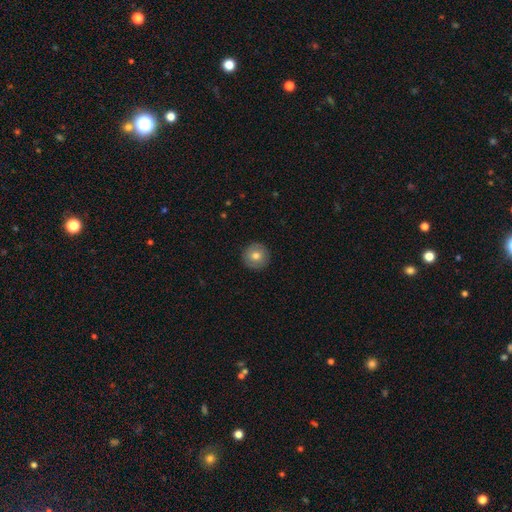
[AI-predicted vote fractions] Smooth or featured?
  - smooth: 76% *
  - featured or disk: 16%
  - star or artifact: 8%
How rounded?
  - round: 95% *
  - in between: 4%
  - cigar-shaped: 1%
Merging?
  - none: 91% *
  - minor disturbance: 6%
  - major disturbance: 2%
  - merger: 1%